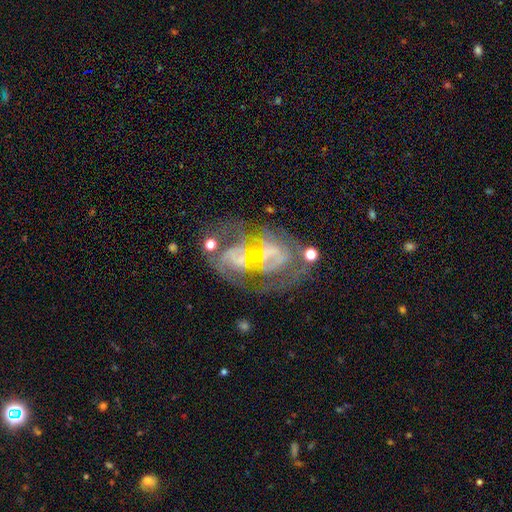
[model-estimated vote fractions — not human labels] Smooth or featured? Predicted: featured or disk (p=0.75). Edge-on disk? Predicted: no (p=0.97). Bar? Predicted: no (p=0.64). Spiral arms? Predicted: yes (p=0.62). Bulge size? Predicted: small (p=0.42). Merging? Predicted: none (p=0.34).